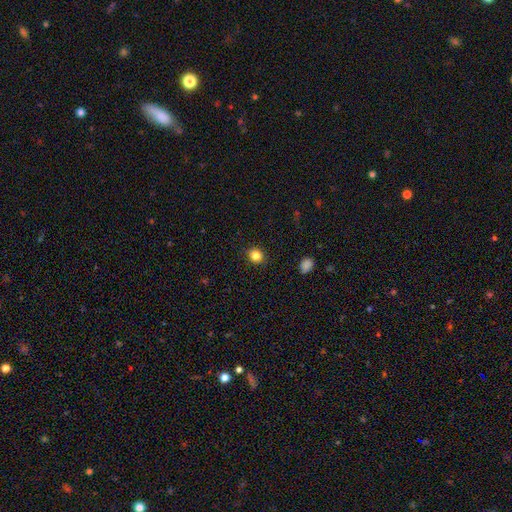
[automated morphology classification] Smooth or featured? Predicted: smooth (p=0.83). How rounded? Predicted: round (p=0.77). Merging? Predicted: none (p=0.90).